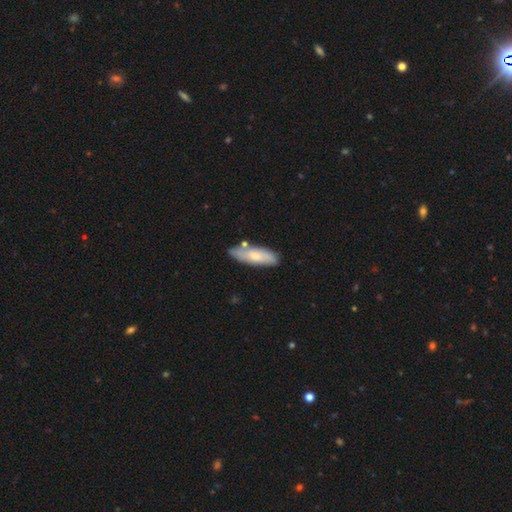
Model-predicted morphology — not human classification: Smooth or featured: smooth — 64% (featured or disk — 31%)
How rounded: in between — 57% (cigar-shaped — 41%)
Merging: none — 71% (minor disturbance — 19%)